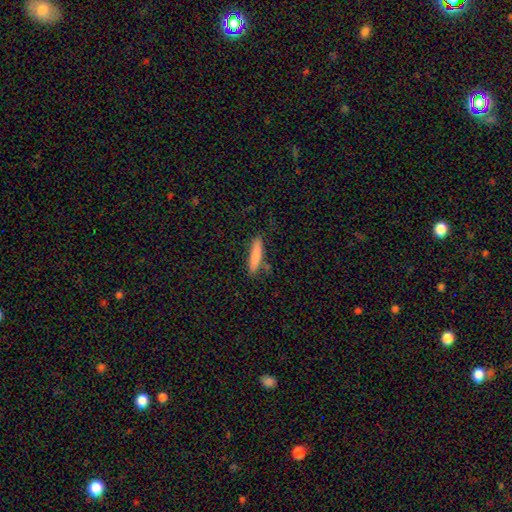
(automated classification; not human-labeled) Smooth or featured: smooth — 80% (featured or disk — 14%)
How rounded: cigar-shaped — 87% (in between — 12%)
Merging: none — 80% (minor disturbance — 13%)